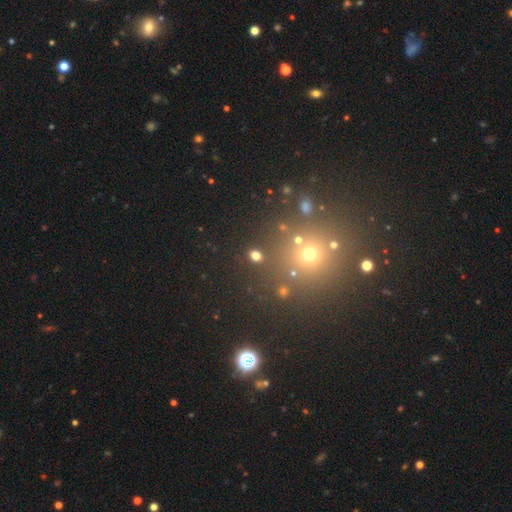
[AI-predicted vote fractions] Smooth or featured: smooth — 72% (star or artifact — 22%)
How rounded: round — 71% (in between — 27%)
Merging: none — 85% (minor disturbance — 7%)